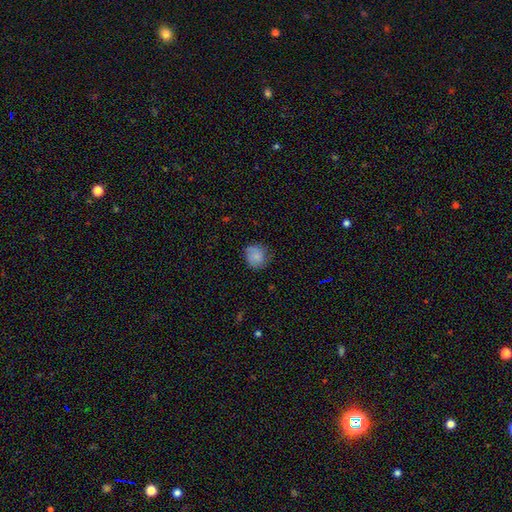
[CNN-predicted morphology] smooth_or_featured: smooth (p=0.74) [alt: featured or disk p=0.18]
how_rounded: round (p=0.79) [alt: in between p=0.20]
merging: none (p=0.68) [alt: minor disturbance p=0.24]